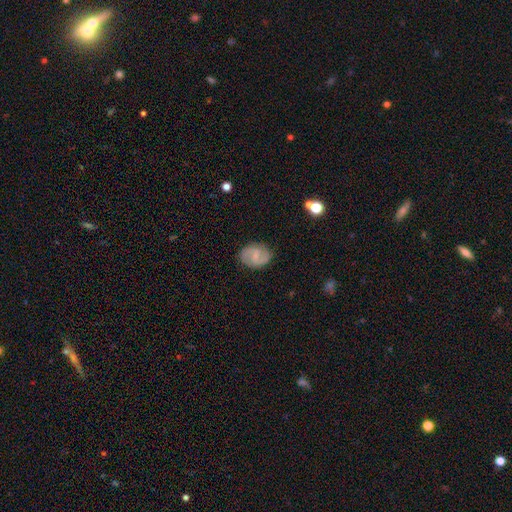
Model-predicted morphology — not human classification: smooth-or-featured: featured or disk: 74% | smooth: 20% | star or artifact: 6%
  disk-edge-on: no: 98% | yes: 2%
    bar: weak: 57% | no: 23% | strong: 20%
    has-spiral-arms: yes: 93% | no: 7%
      spiral-winding: medium: 53% | loose: 26% | tight: 21%
      spiral-arm-count: 2: 91% | can't tell: 4% | 1: 2% | 3: 1% | 4: 1% | more than 4: 1%
    bulge-size: small: 55% | none: 24% | moderate: 19% | large: 1% | dominant: 1%
  merging: none: 85% | minor disturbance: 11% | major disturbance: 3% | merger: 1%